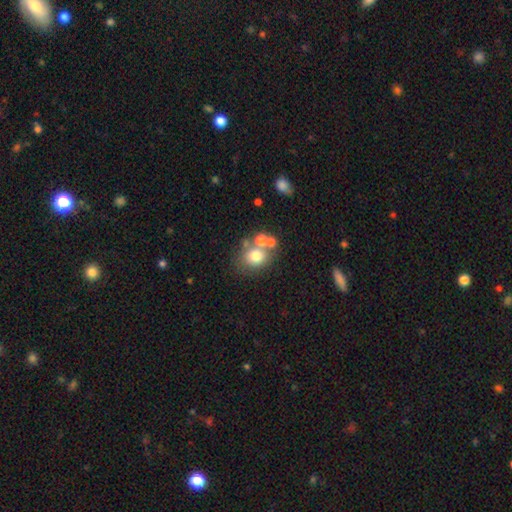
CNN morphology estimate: smooth_or_featured: smooth (p=0.69) [alt: featured or disk p=0.18]
how_rounded: round (p=0.68) [alt: in between p=0.31]
merging: none (p=0.51) [alt: merger p=0.33]